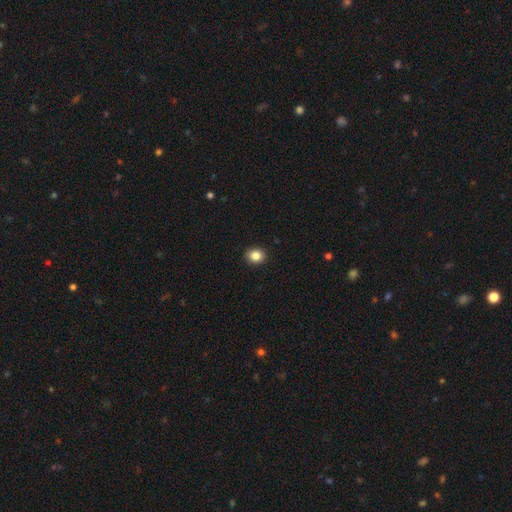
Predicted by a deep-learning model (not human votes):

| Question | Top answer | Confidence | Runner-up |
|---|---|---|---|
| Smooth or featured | smooth | 85% | star or artifact (10%) |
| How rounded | round | 67% | in between (32%) |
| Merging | none | 91% | minor disturbance (6%) |